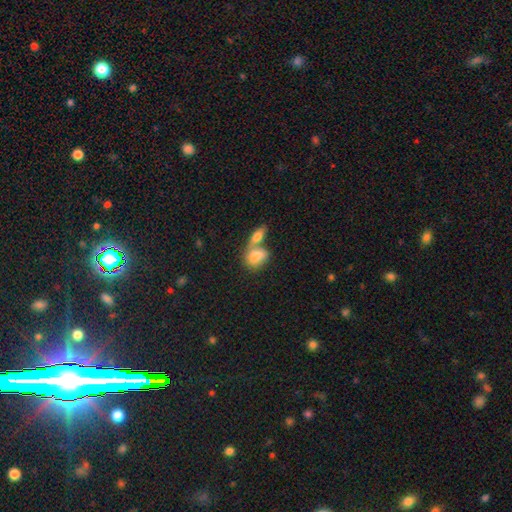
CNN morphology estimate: smooth-or-featured: smooth: 78% | featured or disk: 14% | star or artifact: 8%
  how-rounded: in between: 80% | round: 16% | cigar-shaped: 4%
  merging: merger: 62% | none: 24% | minor disturbance: 9% | major disturbance: 5%